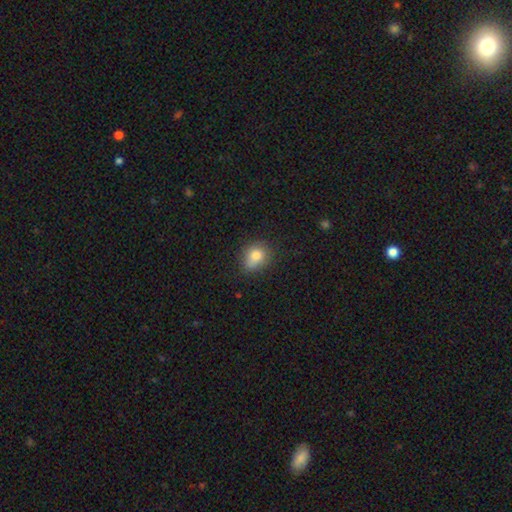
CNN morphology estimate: Smooth or featured? smooth (80%)
How rounded? round (52%)
Merging? none (62%)